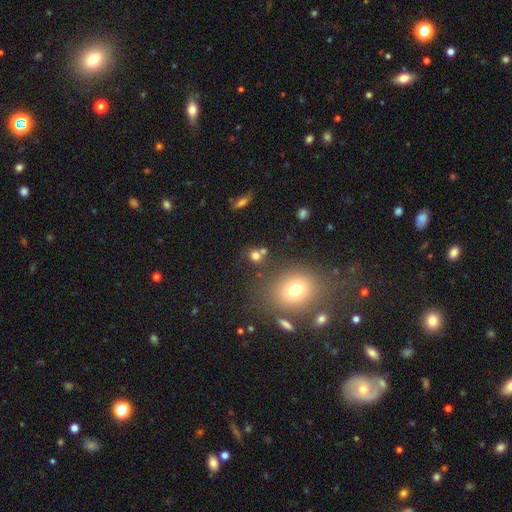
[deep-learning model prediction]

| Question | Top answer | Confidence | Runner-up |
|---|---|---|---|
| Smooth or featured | smooth | 73% | star or artifact (18%) |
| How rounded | round | 79% | in between (19%) |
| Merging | none | 64% | merger (20%) |